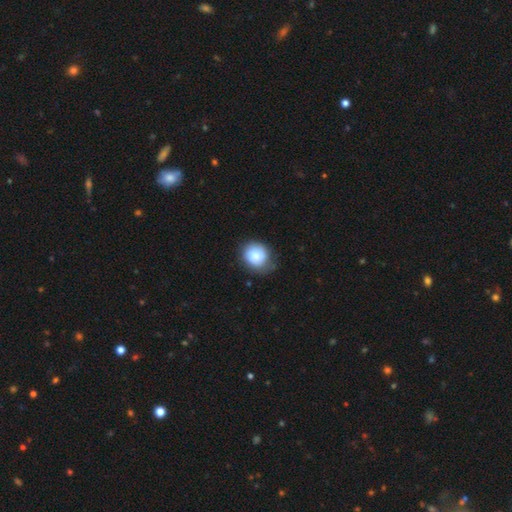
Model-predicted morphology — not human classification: smooth-or-featured: smooth: 82% | featured or disk: 10% | star or artifact: 7%
  how-rounded: round: 70% | in between: 29% | cigar-shaped: 1%
  merging: none: 65% | minor disturbance: 27% | major disturbance: 7% | merger: 1%